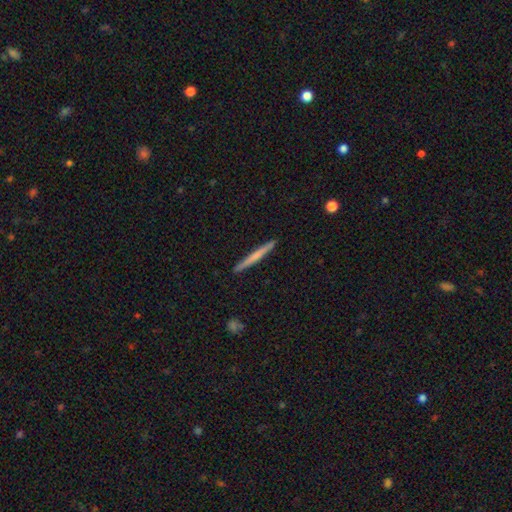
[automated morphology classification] Smooth or featured?
  - smooth: 56% *
  - featured or disk: 39%
  - star or artifact: 5%
How rounded?
  - cigar-shaped: 97% *
  - in between: 2%
  - round: 1%
Merging?
  - none: 92% *
  - minor disturbance: 6%
  - major disturbance: 1%
  - merger: 1%